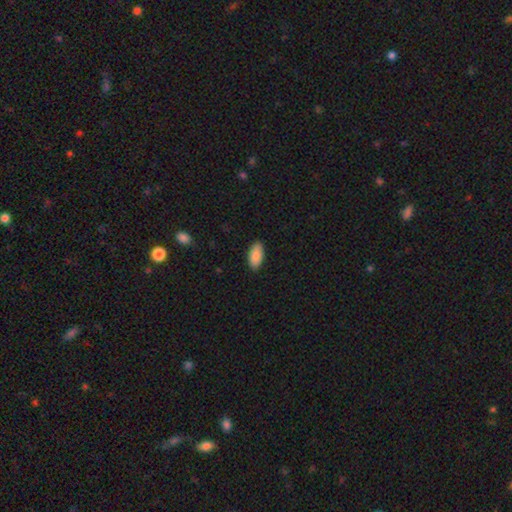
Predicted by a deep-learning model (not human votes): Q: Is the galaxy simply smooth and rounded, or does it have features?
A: smooth — 90%.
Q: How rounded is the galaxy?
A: in between — 92%.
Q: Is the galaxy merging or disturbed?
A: none — 88%.